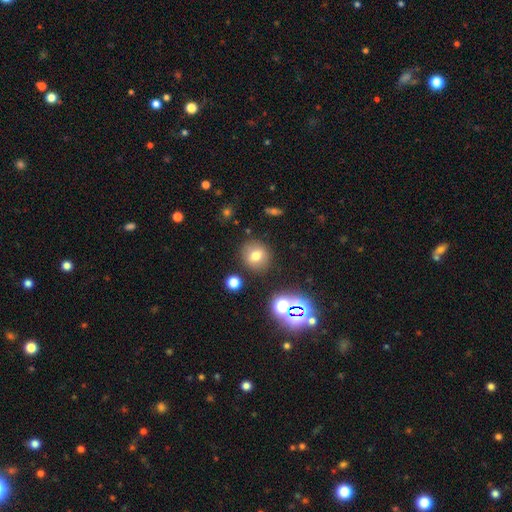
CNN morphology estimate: Smooth or featured?
  - smooth: 73% *
  - star or artifact: 14%
  - featured or disk: 13%
How rounded?
  - round: 84% *
  - in between: 15%
  - cigar-shaped: 1%
Merging?
  - none: 85% *
  - minor disturbance: 9%
  - merger: 3%
  - major disturbance: 3%